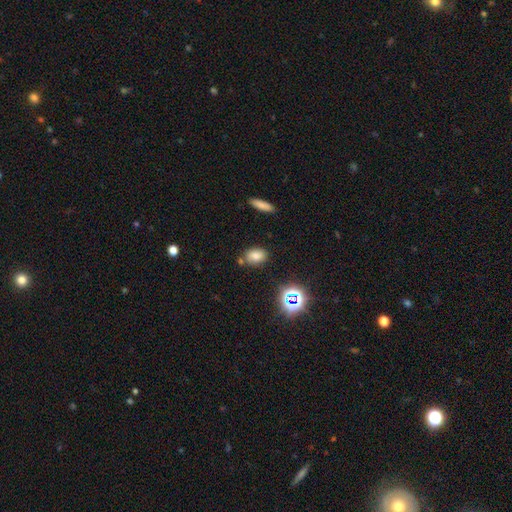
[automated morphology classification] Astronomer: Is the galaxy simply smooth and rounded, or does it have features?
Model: smooth — 70%.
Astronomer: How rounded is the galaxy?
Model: in between — 77%.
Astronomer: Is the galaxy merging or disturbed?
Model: none — 73%.